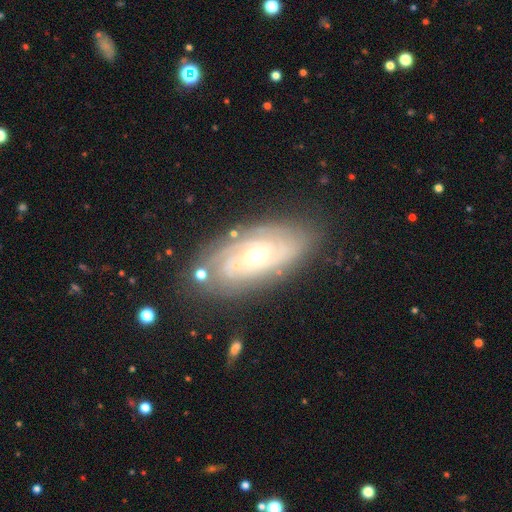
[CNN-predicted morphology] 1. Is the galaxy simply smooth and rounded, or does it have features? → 83% featured or disk, 11% smooth, 6% star or artifact.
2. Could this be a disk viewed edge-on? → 92% no, 8% yes.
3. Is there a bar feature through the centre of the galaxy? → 70% no, 23% weak, 7% strong.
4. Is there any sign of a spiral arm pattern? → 93% yes, 7% no.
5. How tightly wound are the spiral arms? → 76% tight, 19% medium, 4% loose.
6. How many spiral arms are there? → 39% can't tell, 21% 2, 19% 3, 11% 4, 6% more than 4, 5% 1.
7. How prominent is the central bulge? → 59% moderate, 36% small, 4% large, 1% none, 1% dominant.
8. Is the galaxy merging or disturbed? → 78% none, 15% minor disturbance, 4% major disturbance, 2% merger.